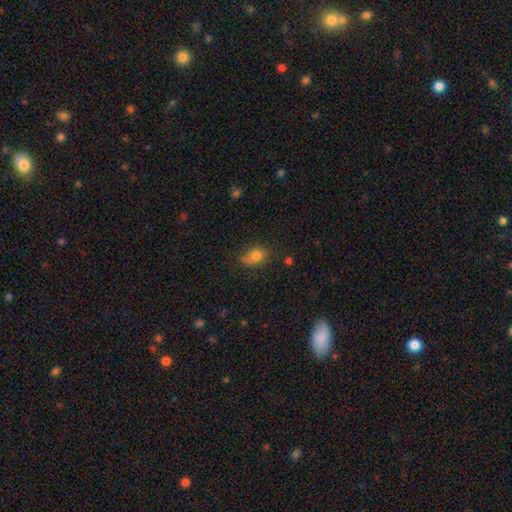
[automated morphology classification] smooth_or_featured: smooth (p=0.77) [alt: star or artifact p=0.12]
how_rounded: in between (p=0.69) [alt: round p=0.29]
merging: none (p=0.59) [alt: minor disturbance p=0.30]